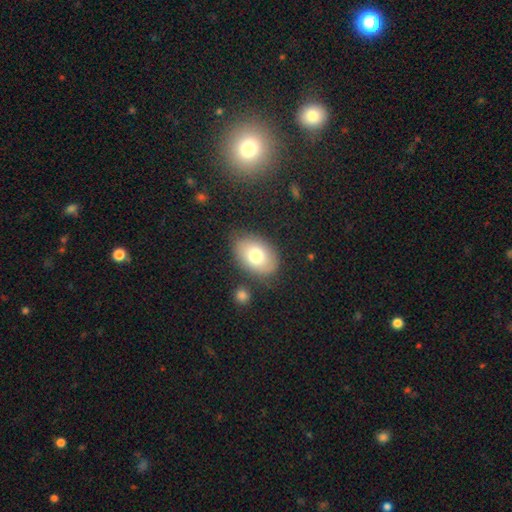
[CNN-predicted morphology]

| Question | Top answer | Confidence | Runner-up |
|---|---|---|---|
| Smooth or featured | smooth | 74% | featured or disk (18%) |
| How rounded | in between | 82% | round (17%) |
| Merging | none | 78% | minor disturbance (14%) |